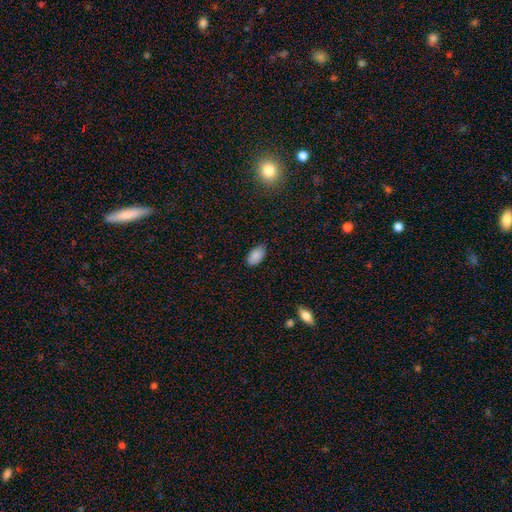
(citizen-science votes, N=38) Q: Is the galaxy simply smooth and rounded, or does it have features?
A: smooth — 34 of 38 (89%).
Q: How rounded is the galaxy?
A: in between — 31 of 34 (91%).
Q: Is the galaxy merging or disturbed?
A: none — 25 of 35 (71%).